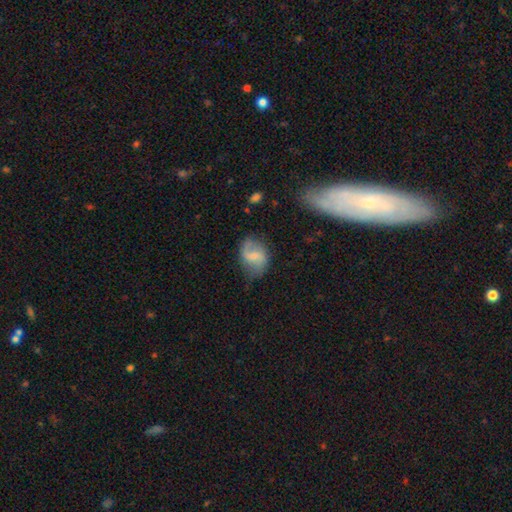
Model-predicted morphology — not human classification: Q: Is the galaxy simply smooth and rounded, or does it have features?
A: featured or disk — 62%.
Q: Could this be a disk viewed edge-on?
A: no — 97%.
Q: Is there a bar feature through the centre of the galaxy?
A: weak — 55%.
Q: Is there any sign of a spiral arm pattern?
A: yes — 88%.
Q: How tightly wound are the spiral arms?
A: loose — 57%.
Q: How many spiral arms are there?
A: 2 — 84%.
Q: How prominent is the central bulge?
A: small — 45%.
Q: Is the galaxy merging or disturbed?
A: none — 64%.